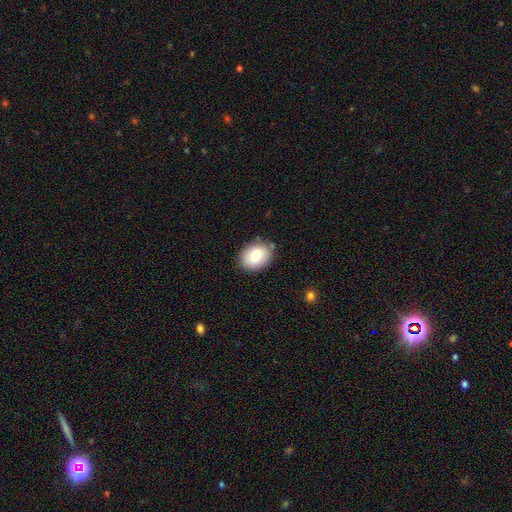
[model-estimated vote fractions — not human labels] Smooth or featured? smooth (81%)
How rounded? in between (66%)
Merging? none (82%)